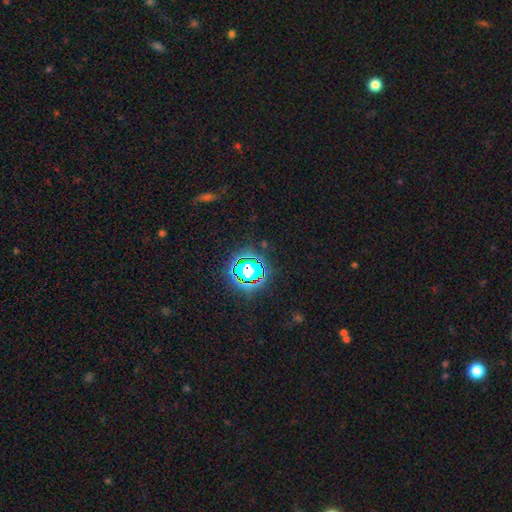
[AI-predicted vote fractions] A star or artifact, not a galaxy (80%).

Vote fractions:
- Smooth or featured? star or artifact: 80% / smooth: 13% / featured or disk: 7%